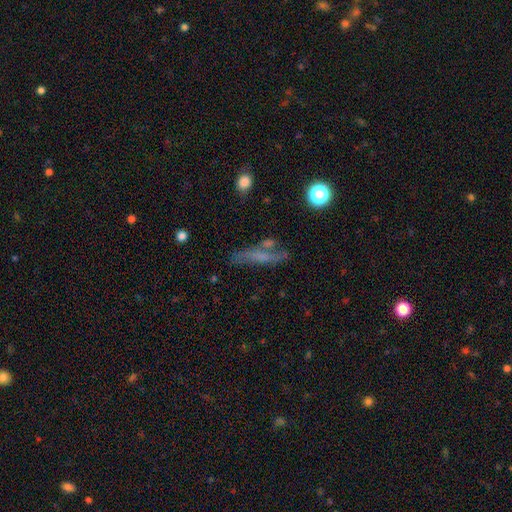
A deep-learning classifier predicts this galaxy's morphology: The model was most divided on "smooth or featured": featured or disk: 44%, smooth: 39%, star or artifact: 18%. More confident: merging — none (62%).